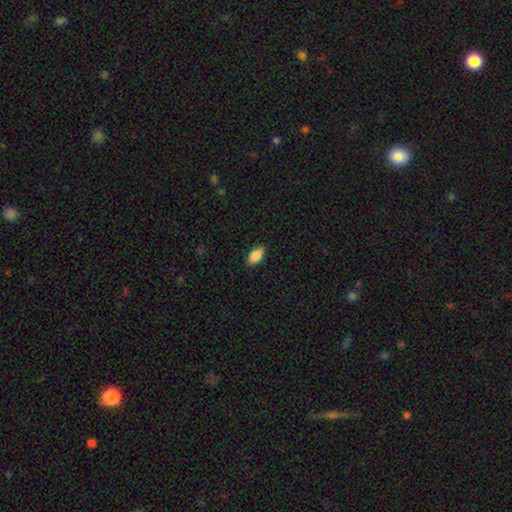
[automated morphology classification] smooth 85%, featured or disk 8%, star or artifact 7%. Down the decision tree: how rounded — in between (91%); merging — none (88%).